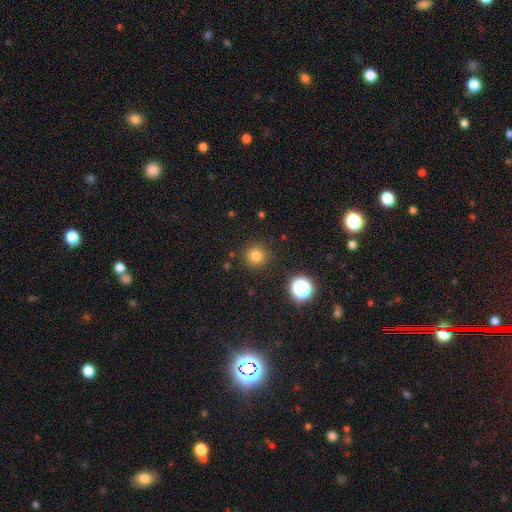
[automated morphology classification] Overall: smooth (79%). How rounded: round (94%). Merging: none (89%).